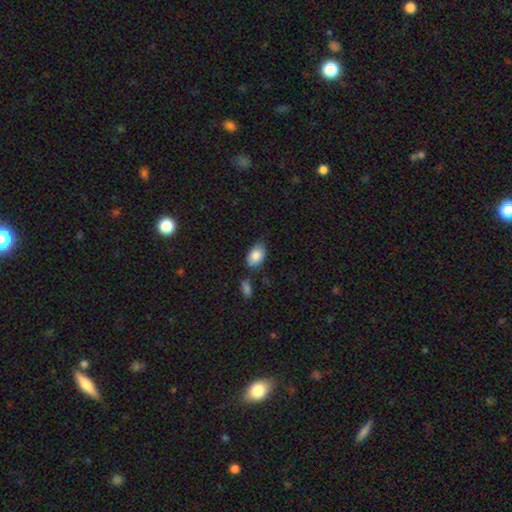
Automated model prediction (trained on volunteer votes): A smooth galaxy with no disk features (85%) that is in between round and cigar-shaped (91%).

Vote fractions:
- Smooth or featured? smooth: 85% / featured or disk: 8% / star or artifact: 7%
- How rounded? in between: 91% / round: 8% / cigar-shaped: 1%
- Merging? none: 71% / minor disturbance: 19% / merger: 6% / major disturbance: 4%